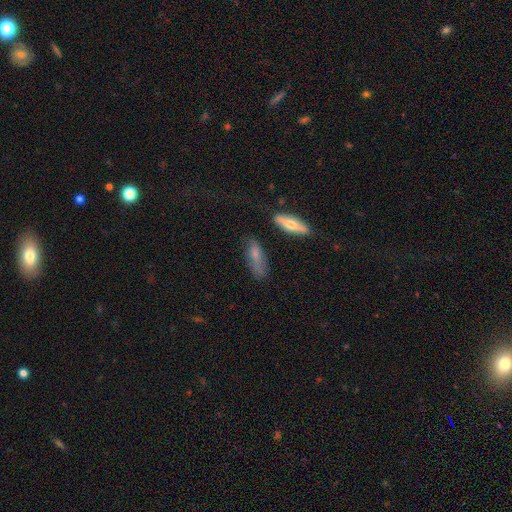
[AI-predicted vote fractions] The model was most divided on "how rounded": in between: 52%, cigar-shaped: 45%, round: 3%. More confident: smooth or featured — smooth (68%); merging — none (58%).